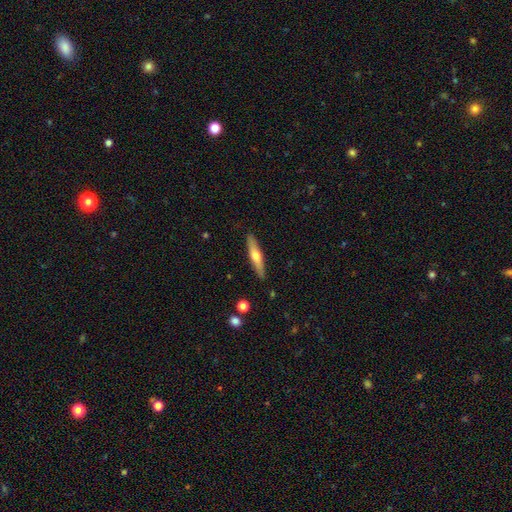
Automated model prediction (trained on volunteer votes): This is possibly a smooth galaxy (47%, tied with featured or disk). Merging: clearly none (89%).